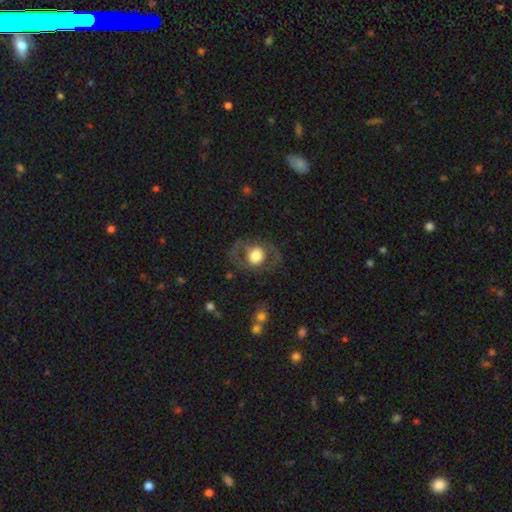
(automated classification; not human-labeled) Overall: smooth (48%; featured or disk 45%). Merging: none (71%).